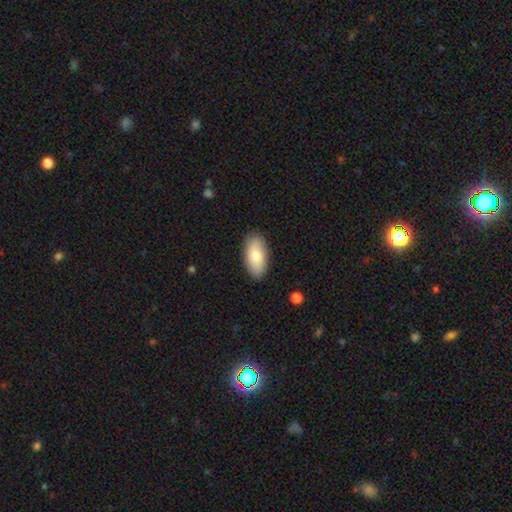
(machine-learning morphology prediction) type=smooth (76%); roundness=in between (93%); merging=none (87%).